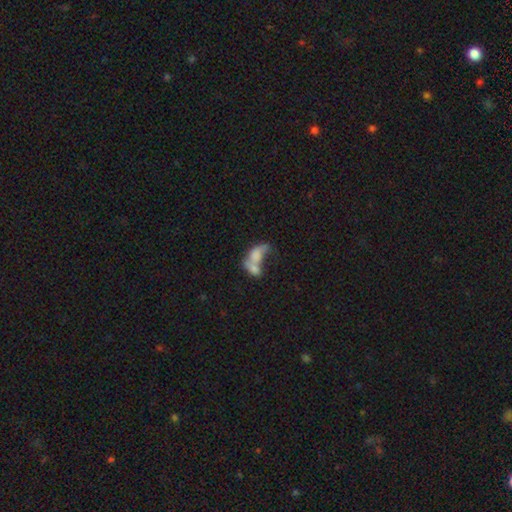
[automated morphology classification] This appears to be a smooth galaxy with no disk features (56%) that is in between round and cigar-shaped (84%). Merging: merger (64%).